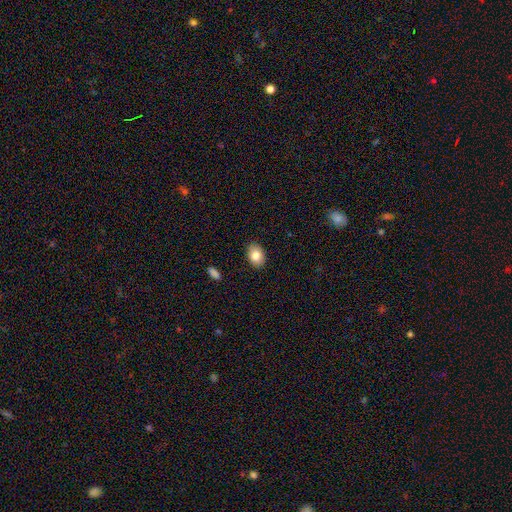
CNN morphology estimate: smooth 82%, featured or disk 10%, star or artifact 8%. Down the decision tree: how rounded — in between (81%); merging — none (89%).